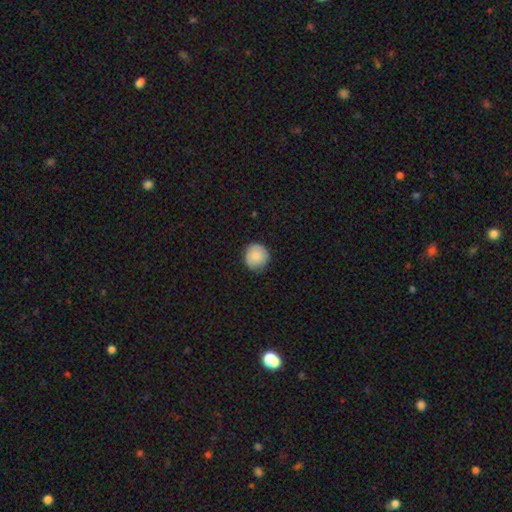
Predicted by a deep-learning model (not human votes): The model was most divided on "merging": none: 83%, minor disturbance: 14%, major disturbance: 2%, merger: 1%. More confident: how rounded — round (92%); smooth or featured — smooth (83%).